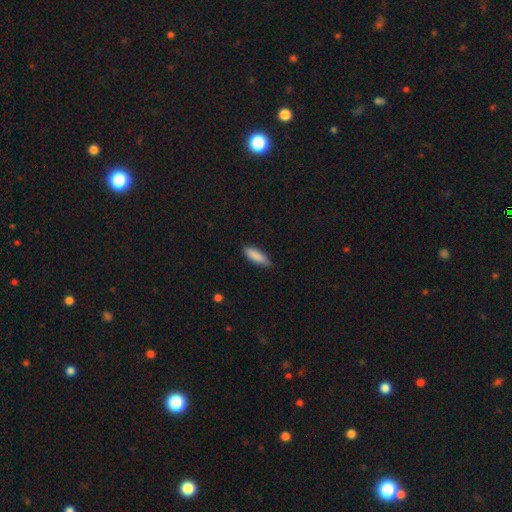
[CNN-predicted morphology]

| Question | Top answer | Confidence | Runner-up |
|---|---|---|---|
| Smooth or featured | smooth | 87% | featured or disk (7%) |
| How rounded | cigar-shaped | 54% | in between (45%) |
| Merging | none | 80% | minor disturbance (17%) |